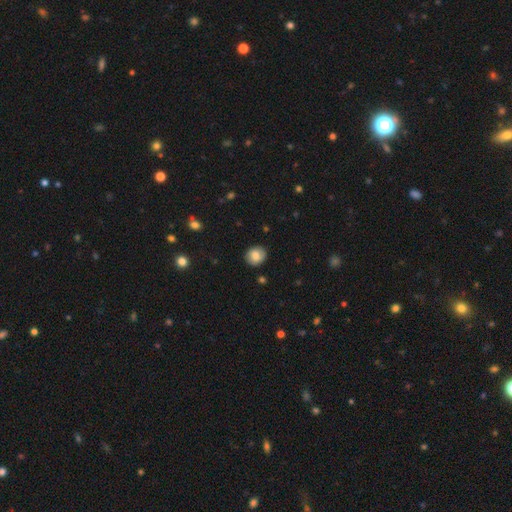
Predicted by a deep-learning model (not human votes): Smooth or featured: smooth — 81% (featured or disk — 11%)
How rounded: round — 72% (in between — 27%)
Merging: none — 87% (minor disturbance — 10%)